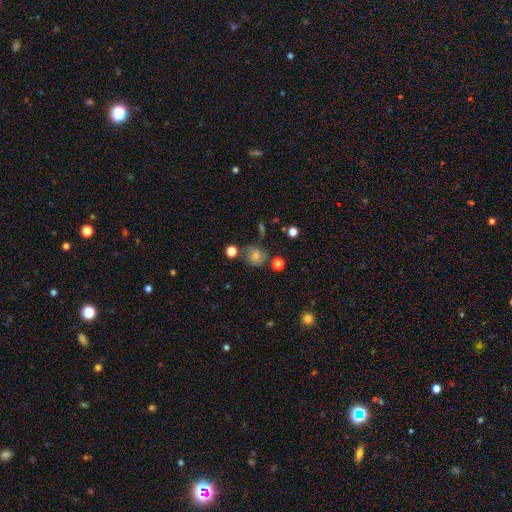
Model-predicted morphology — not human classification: Overall: smooth (65%). How rounded: round (75%). Merging: none (71%).